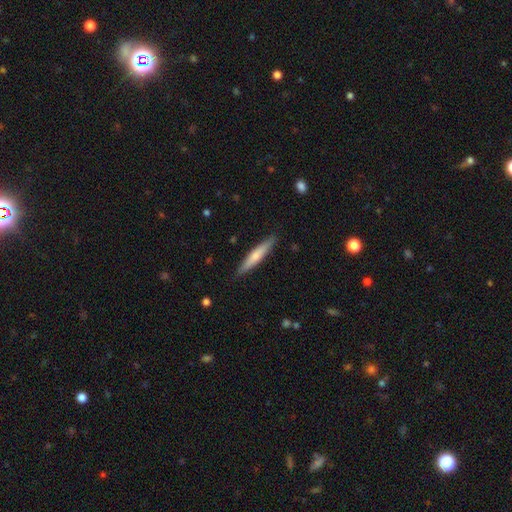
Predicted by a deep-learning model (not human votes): Overall: smooth (60%; featured or disk 35%). How rounded: cigar-shaped (91%). Merging: none (89%).